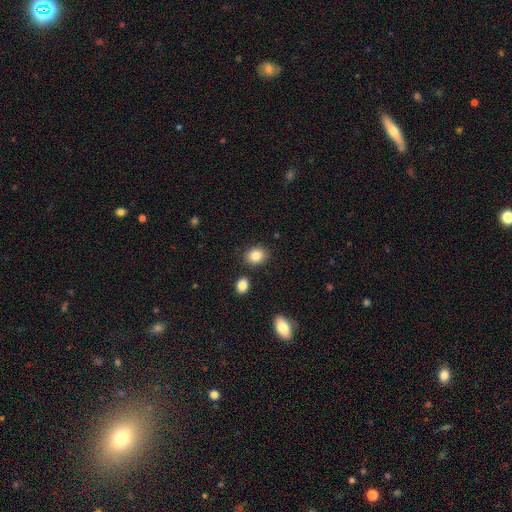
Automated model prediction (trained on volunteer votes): smooth 85%, star or artifact 9%, featured or disk 6%. Down the decision tree: how rounded — round (56%); merging — none (83%).